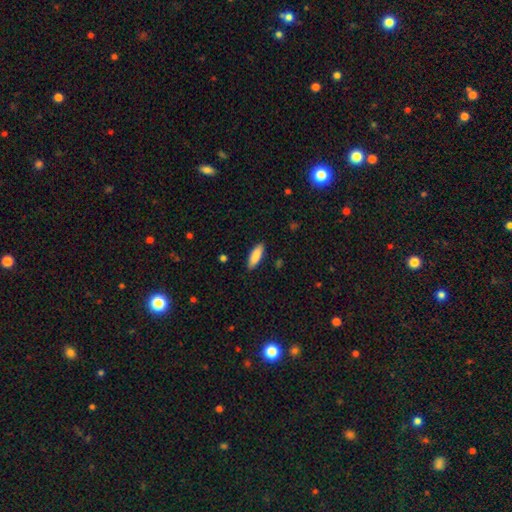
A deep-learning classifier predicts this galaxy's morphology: A smooth galaxy with no disk features (88%) that is in between round and cigar-shaped (62%).

Vote fractions:
- Smooth or featured? smooth: 88% / featured or disk: 6% / star or artifact: 6%
- How rounded? in between: 62% / cigar-shaped: 37% / round: 2%
- Merging? none: 88% / minor disturbance: 9% / major disturbance: 2% / merger: 1%